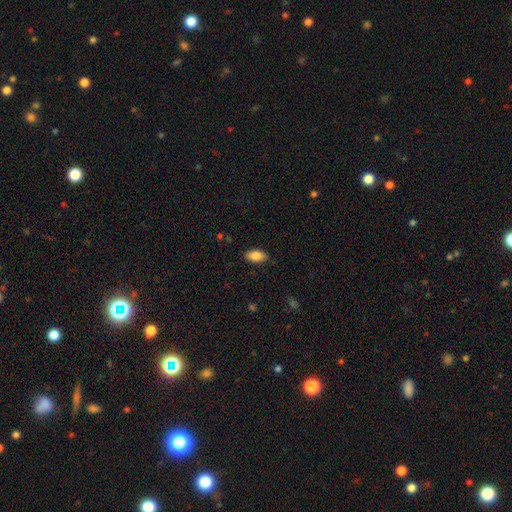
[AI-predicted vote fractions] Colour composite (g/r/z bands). It shows a smooth galaxy with no disk features (86%) that is in between round and cigar-shaped (92%). Merging: none (85%).